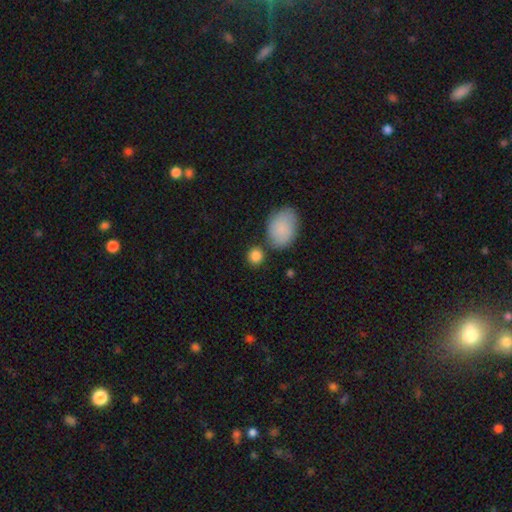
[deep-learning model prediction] smooth_or_featured: smooth (p=0.87) [alt: star or artifact p=0.08]
how_rounded: round (p=0.82) [alt: in between p=0.16]
merging: none (p=0.73) [alt: merger p=0.13]